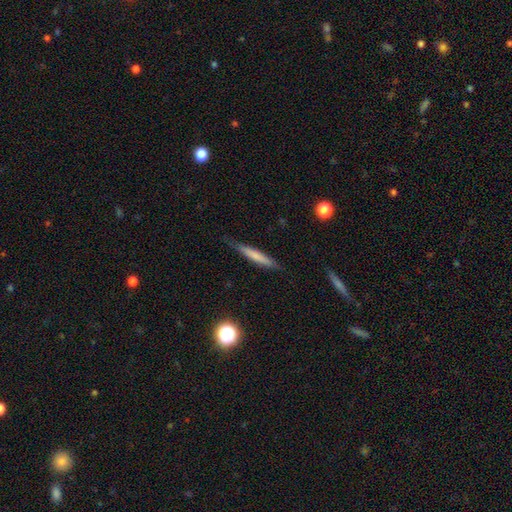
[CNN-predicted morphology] This is likely a smooth galaxy (64%). How rounded: clearly cigar-shaped (94%). Merging: likely none (79%).